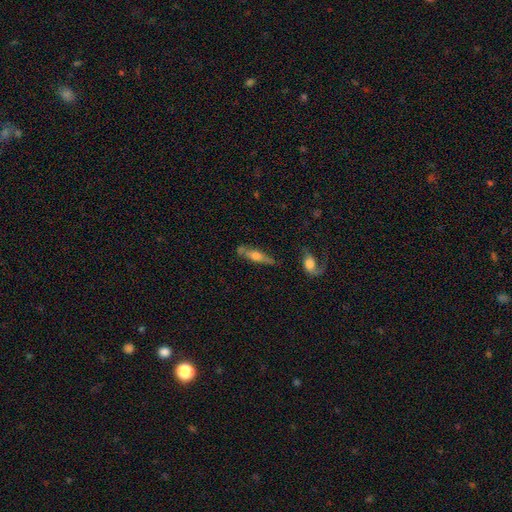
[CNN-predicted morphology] A featured or disk galaxy (53%) viewed edge-on (86%).

Vote fractions:
- Smooth or featured? featured or disk: 53% / smooth: 40% / star or artifact: 7%
- Edge-on disk? yes: 86% / no: 14%
- Merging? none: 66% / minor disturbance: 18% / merger: 10% / major disturbance: 6%